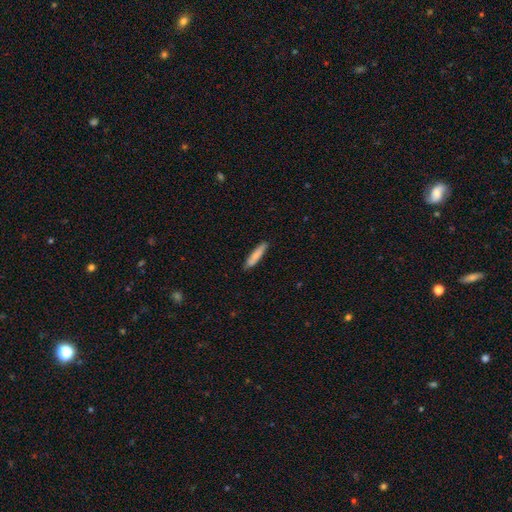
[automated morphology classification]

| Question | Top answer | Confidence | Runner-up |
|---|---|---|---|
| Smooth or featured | smooth | 82% | featured or disk (12%) |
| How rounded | cigar-shaped | 87% | in between (11%) |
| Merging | none | 85% | minor disturbance (11%) |